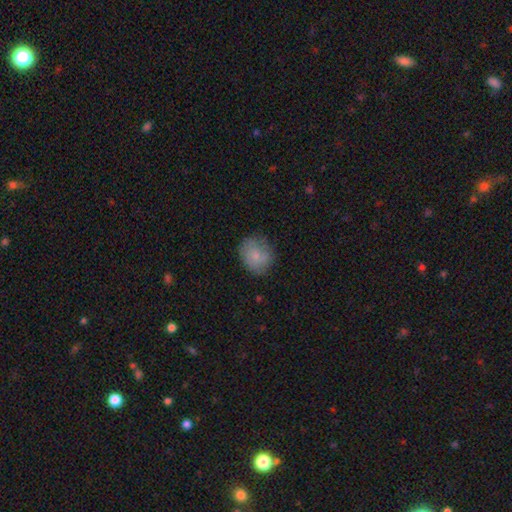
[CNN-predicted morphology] Q: Smooth or featured?
A: smooth (77%); runner-up: featured or disk (16%)
Q: How rounded?
A: round (65%); runner-up: in between (34%)
Q: Merging?
A: none (74%); runner-up: minor disturbance (19%)